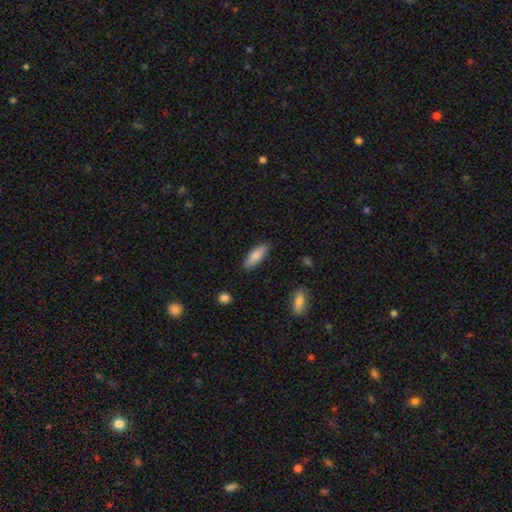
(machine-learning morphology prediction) This is clearly a smooth galaxy (86%). How rounded: likely in between (72%). Merging: clearly none (86%).